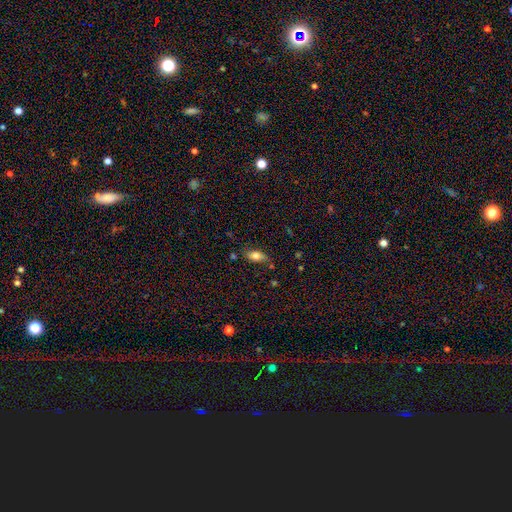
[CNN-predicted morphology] A smooth galaxy with no disk features (75%) that is in between round and cigar-shaped (86%). Merging: none (67%).